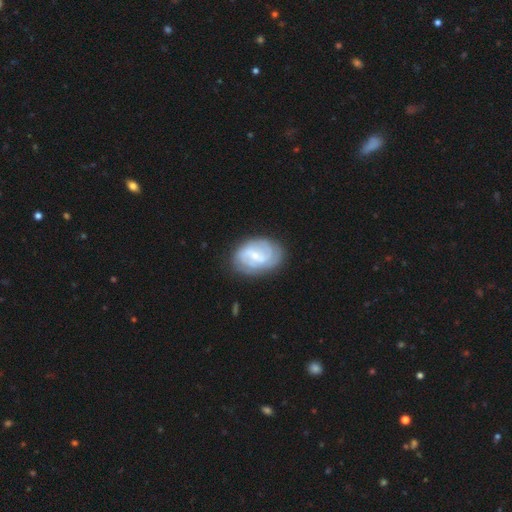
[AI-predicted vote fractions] Smooth or featured?
  - featured or disk: 69% *
  - smooth: 25%
  - star or artifact: 6%
Edge-on disk?
  - no: 97% *
  - yes: 3%
Bar?
  - weak: 54% *
  - no: 28%
  - strong: 18%
Spiral arms?
  - yes: 84% *
  - no: 16%
Spiral winding?
  - tight: 48% *
  - medium: 35%
  - loose: 17%
Spiral arm count?
  - 2: 39% * (tied)
  - can't tell: 39% * (tied)
  - 3: 11%
  - 4: 4%
  - 1: 4%
  - more than 4: 3%
Bulge size?
  - small: 64% *
  - moderate: 27%
  - none: 6%
  - large: 2%
  - dominant: 1%
Merging?
  - none: 73% *
  - minor disturbance: 18%
  - major disturbance: 7%
  - merger: 2%